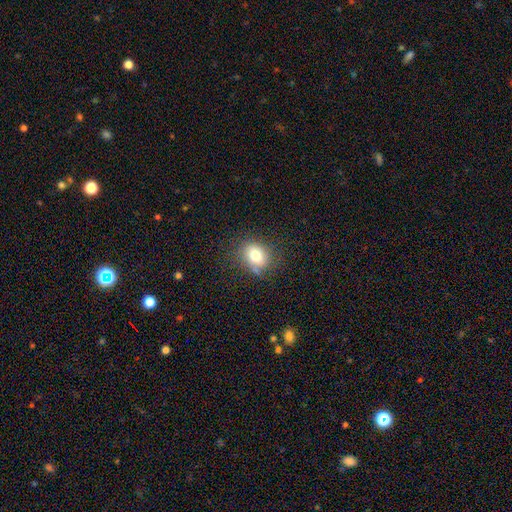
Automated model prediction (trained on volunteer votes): Overall: smooth (76%). How rounded: round (54%; in between 45%). Merging: none (73%).